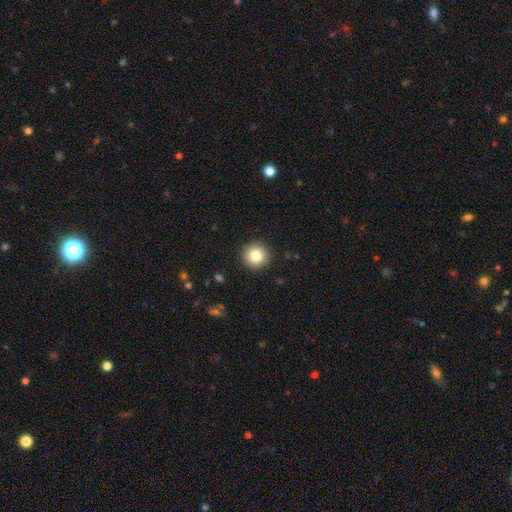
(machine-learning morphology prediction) Smooth or featured: smooth — 83% (star or artifact — 10%)
How rounded: round — 95% (in between — 4%)
Merging: none — 92% (minor disturbance — 5%)